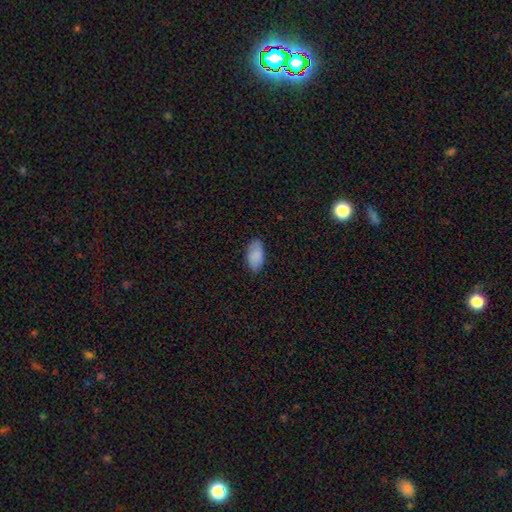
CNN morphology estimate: smooth-or-featured: smooth: 87% | star or artifact: 7% | featured or disk: 6%
  how-rounded: in between: 94% | cigar-shaped: 3% | round: 3%
  merging: none: 80% | minor disturbance: 16% | major disturbance: 3% | merger: 1%